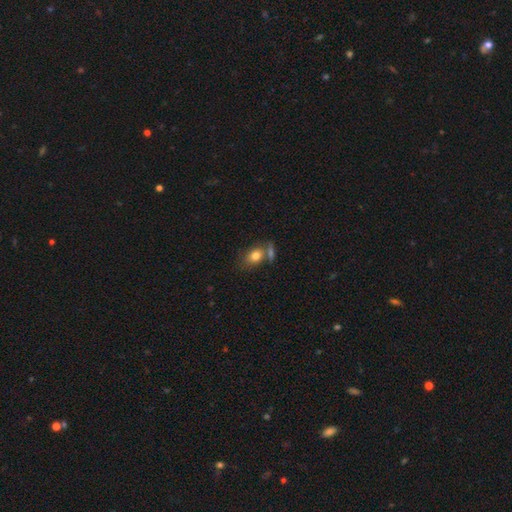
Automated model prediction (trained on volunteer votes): Smooth or featured?
  - smooth: 80% *
  - featured or disk: 12%
  - star or artifact: 9%
How rounded?
  - in between: 72% *
  - round: 26%
  - cigar-shaped: 2%
Merging?
  - none: 50% *
  - merger: 30%
  - minor disturbance: 14%
  - major disturbance: 6%